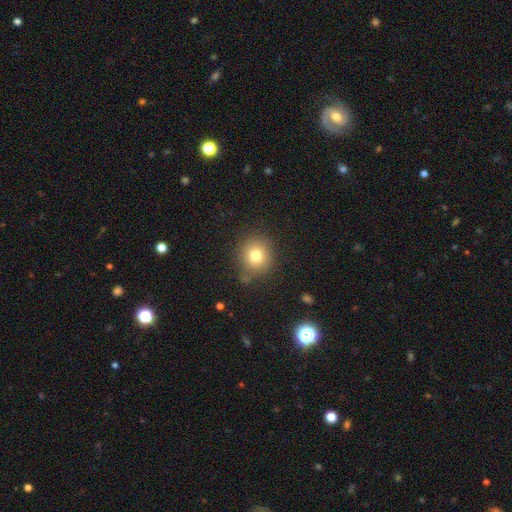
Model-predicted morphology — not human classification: smooth_or_featured: smooth (p=0.78) [alt: star or artifact p=0.13]
how_rounded: round (p=0.88) [alt: in between p=0.11]
merging: none (p=0.82) [alt: minor disturbance p=0.11]